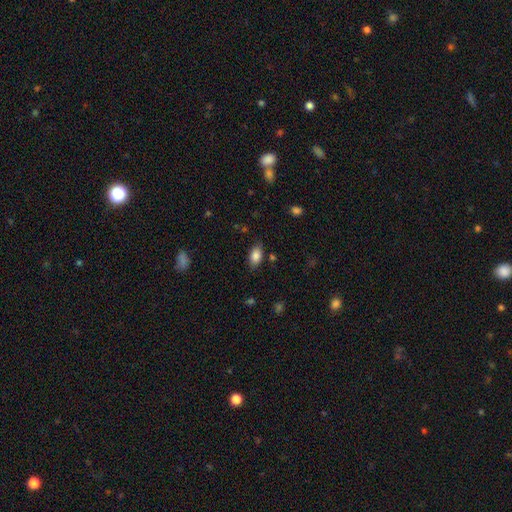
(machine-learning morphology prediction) Smooth or featured: smooth — 85% (star or artifact — 8%)
How rounded: in between — 91% (round — 6%)
Merging: none — 81% (minor disturbance — 14%)